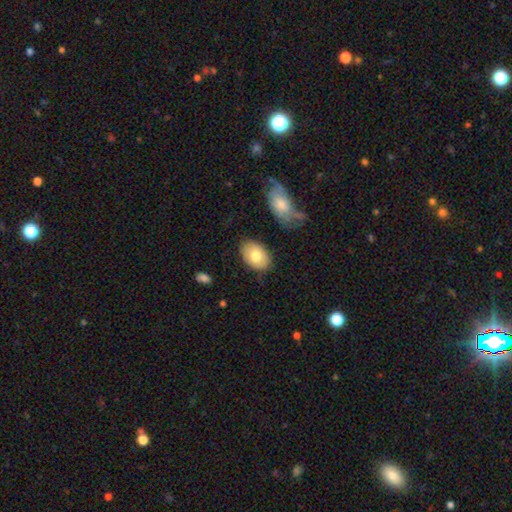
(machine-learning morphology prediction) Smooth or featured?
  - smooth: 77% *
  - featured or disk: 17%
  - star or artifact: 6%
How rounded?
  - in between: 87% *
  - round: 12%
  - cigar-shaped: 1%
Merging?
  - none: 81% *
  - minor disturbance: 13%
  - major disturbance: 3%
  - merger: 3%